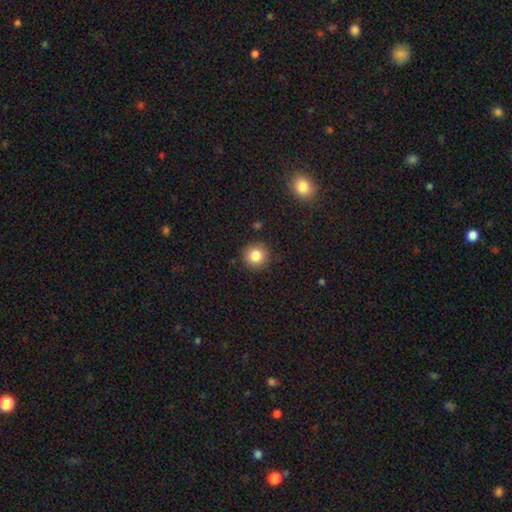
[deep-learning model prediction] Smooth or featured?
  - smooth: 84% *
  - star or artifact: 10%
  - featured or disk: 6%
How rounded?
  - round: 92% *
  - in between: 7%
  - cigar-shaped: 1%
Merging?
  - none: 88% *
  - minor disturbance: 8%
  - major disturbance: 2%
  - merger: 1%